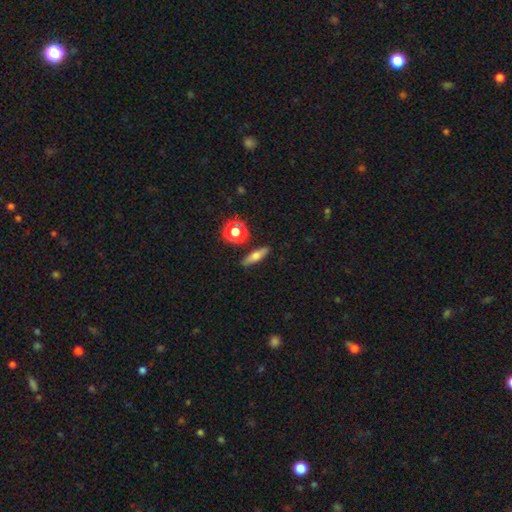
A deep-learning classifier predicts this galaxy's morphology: smooth_or_featured: smooth (p=0.60) [alt: featured or disk p=0.30]
how_rounded: cigar-shaped (p=0.59) [alt: in between p=0.30]
merging: none (p=0.86) [alt: minor disturbance p=0.09]